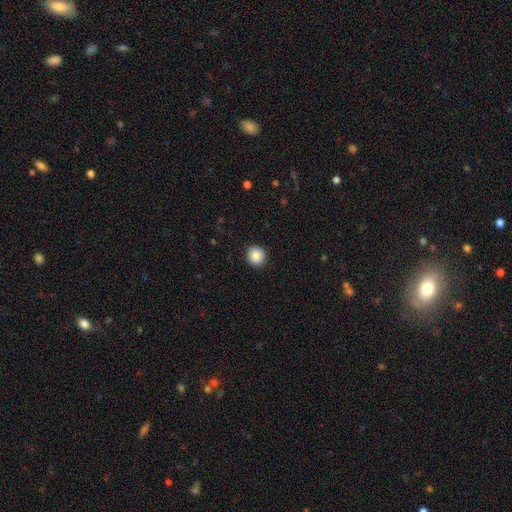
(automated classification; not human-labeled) This appears to be a smooth galaxy with no disk features (85%) that is round (94%). Merging: none (92%).